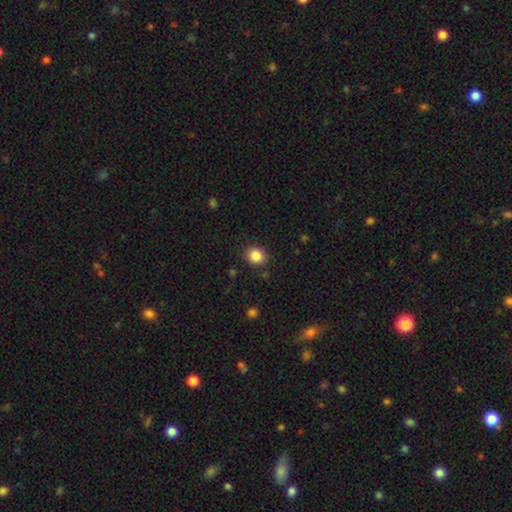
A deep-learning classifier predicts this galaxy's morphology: Smooth or featured: smooth — 86% (star or artifact — 10%)
How rounded: round — 70% (in between — 29%)
Merging: none — 86% (minor disturbance — 10%)